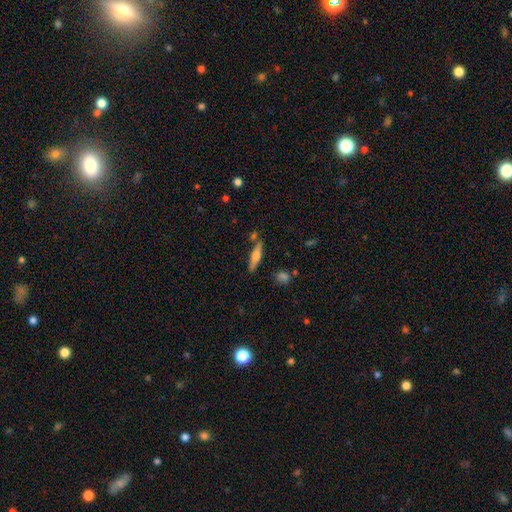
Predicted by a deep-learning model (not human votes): Q: Smooth or featured?
A: featured or disk (52%); runner-up: smooth (42%)
Q: Edge-on disk?
A: yes (94%); runner-up: no (6%)
Q: Merging?
A: none (78%); runner-up: minor disturbance (12%)